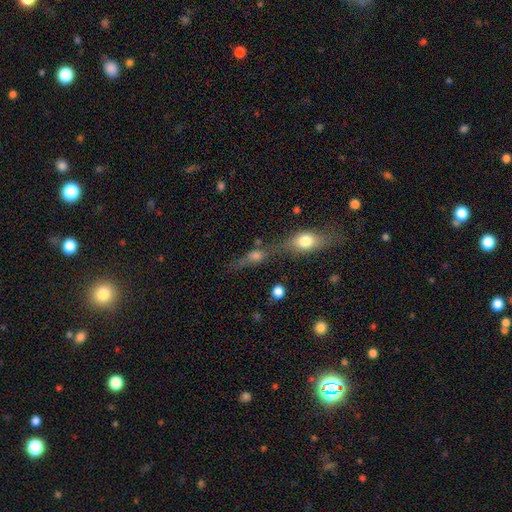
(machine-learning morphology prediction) Q: Smooth or featured?
A: smooth (50%); runner-up: featured or disk (32%)
Q: Merging?
A: merger (41%); runner-up: none (39%)